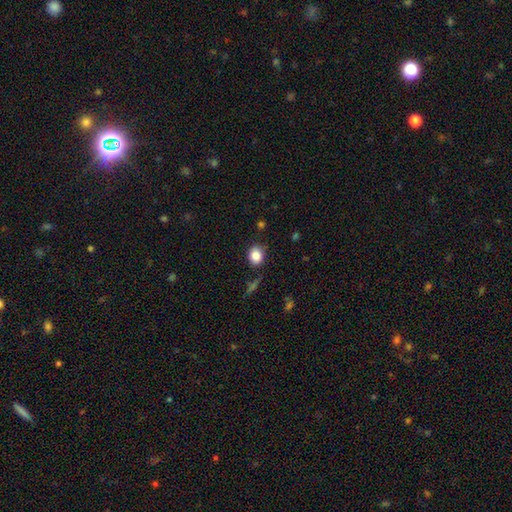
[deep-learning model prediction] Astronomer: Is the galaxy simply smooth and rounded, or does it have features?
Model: smooth — 85%.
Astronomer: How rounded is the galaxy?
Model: round — 60% (runner-up: in between, 39%).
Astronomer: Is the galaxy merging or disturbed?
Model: none — 80%.